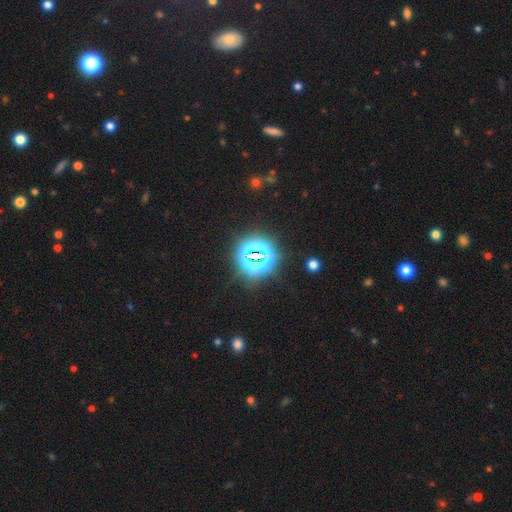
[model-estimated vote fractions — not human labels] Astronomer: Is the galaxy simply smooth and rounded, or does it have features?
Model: star or artifact — 77%.